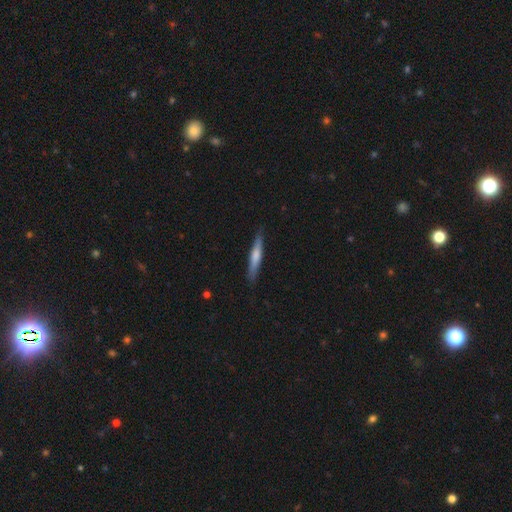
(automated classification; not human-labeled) A smooth galaxy with no disk features (58%) that is cigar-shaped (92%). Merging: none (87%).